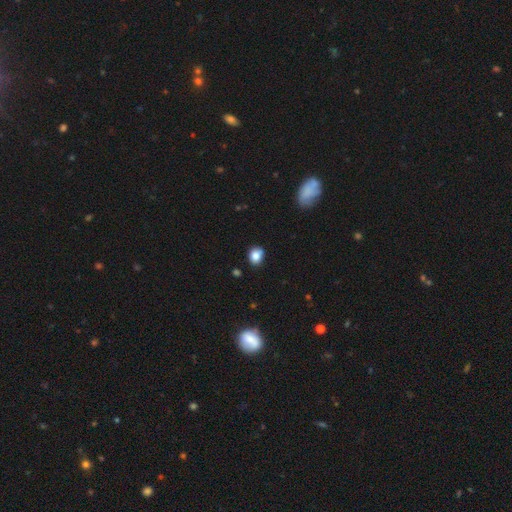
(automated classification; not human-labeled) This is clearly a smooth galaxy (83%). How rounded: possibly round (56%). Merging: likely none (78%).